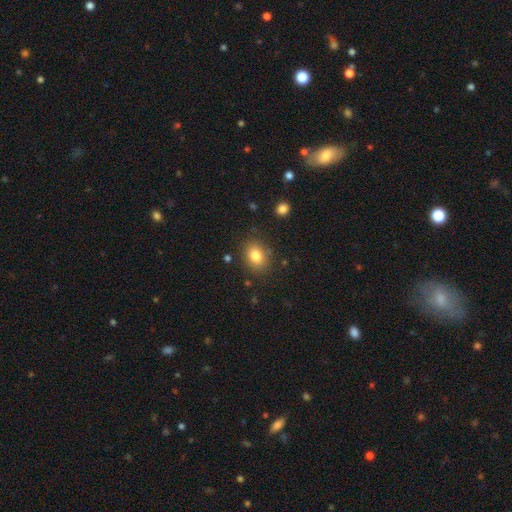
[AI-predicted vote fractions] Smooth or featured: smooth — 82% (star or artifact — 10%)
How rounded: in between — 55% (round — 44%)
Merging: none — 84% (minor disturbance — 11%)